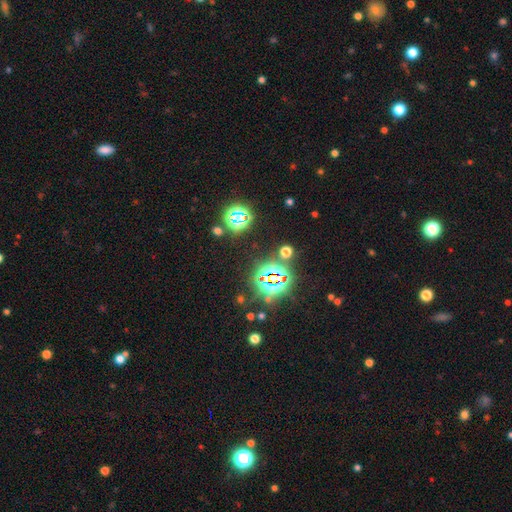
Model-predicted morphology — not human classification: Overall: star or artifact (82%).